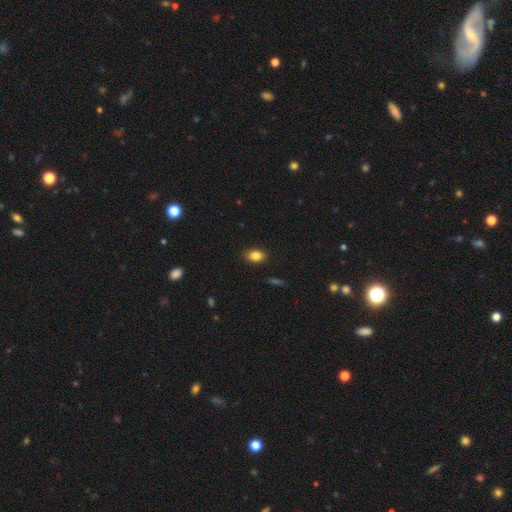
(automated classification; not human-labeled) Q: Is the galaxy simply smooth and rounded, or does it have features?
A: smooth — 85%.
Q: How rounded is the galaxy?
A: in between — 80%.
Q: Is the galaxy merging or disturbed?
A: none — 87%.